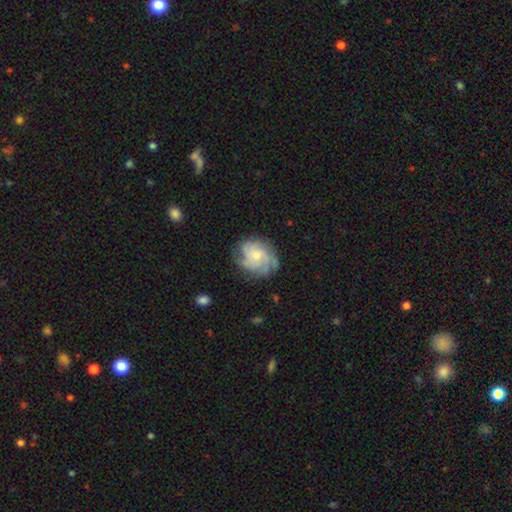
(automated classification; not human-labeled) This is likely a featured or disk galaxy (71%). It is clearly not viewed edge-on (98%). Bar: likely no (77%). Spiral arm pattern: clearly yes (92%). Spiral arm count: marginally can't tell (33%). Spiral winding: possibly tight (48%). Central bulge: possibly small (56%). Merging: likely none (71%).